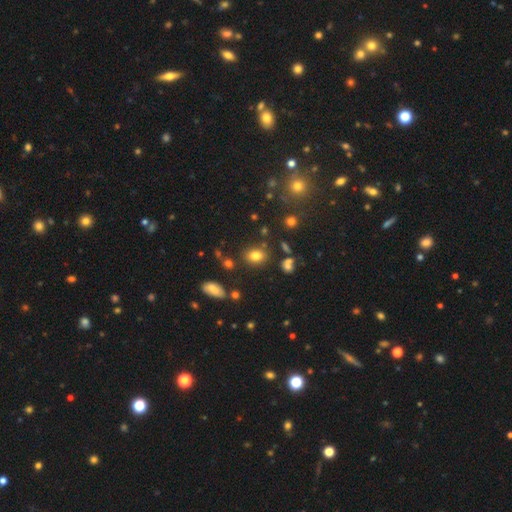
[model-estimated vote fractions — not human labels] Smooth or featured?
  - smooth: 78% *
  - star or artifact: 14%
  - featured or disk: 8%
How rounded?
  - in between: 64% *
  - round: 35%
  - cigar-shaped: 2%
Merging?
  - none: 79% *
  - minor disturbance: 12%
  - merger: 6%
  - major disturbance: 4%